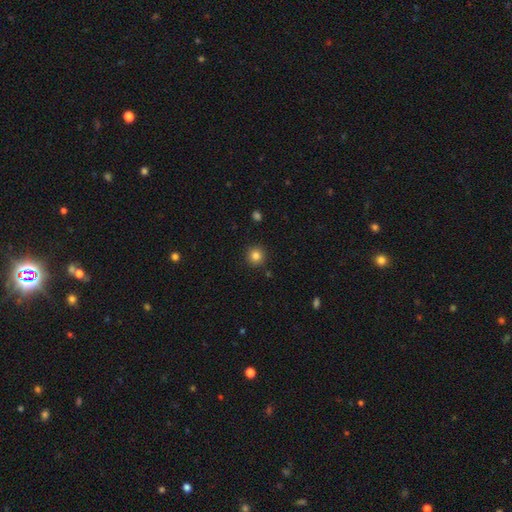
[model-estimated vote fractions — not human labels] The model was most divided on "smooth or featured": smooth: 83%, star or artifact: 12%, featured or disk: 5%. More confident: how rounded — round (94%); merging — none (91%).